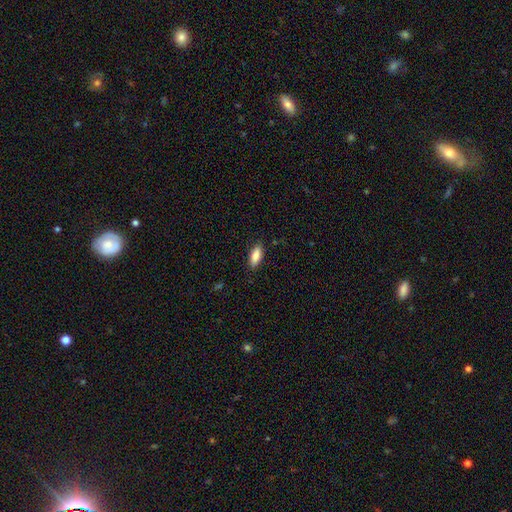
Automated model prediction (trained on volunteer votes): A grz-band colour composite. It shows a smooth galaxy with no disk features (84%) that is in between round and cigar-shaped (72%). Merging: none (86%).